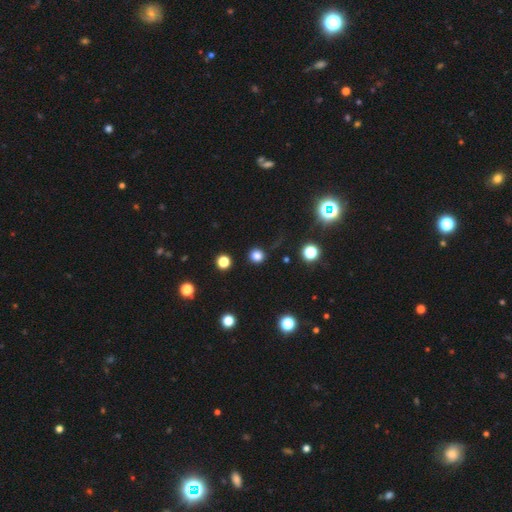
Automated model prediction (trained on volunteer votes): This is likely a smooth galaxy (80%). How rounded: clearly round (93%). Merging: clearly none (87%).